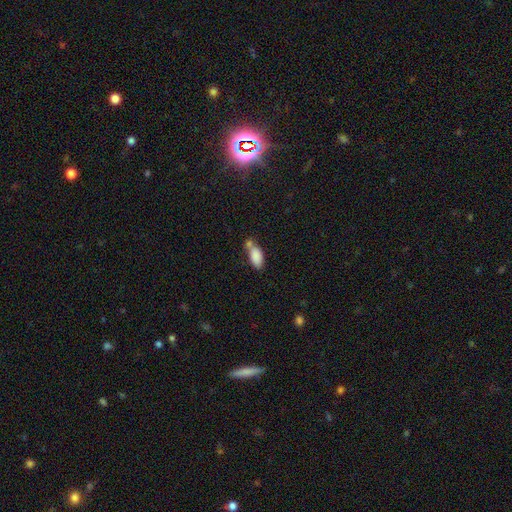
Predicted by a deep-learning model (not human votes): A smooth galaxy with no disk features (85%) that is in between round and cigar-shaped (89%).

Vote fractions:
- Smooth or featured? smooth: 85% / star or artifact: 8% / featured or disk: 7%
- How rounded? in between: 89% / cigar-shaped: 8% / round: 3%
- Merging? none: 42% / merger: 35% / minor disturbance: 17% / major disturbance: 6%